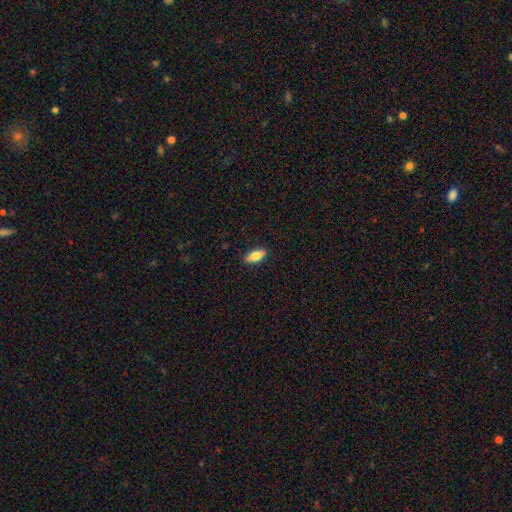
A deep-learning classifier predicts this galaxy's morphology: Smooth or featured? Predicted: smooth (p=0.80). How rounded? Predicted: in between (p=0.84). Merging? Predicted: none (p=0.89).